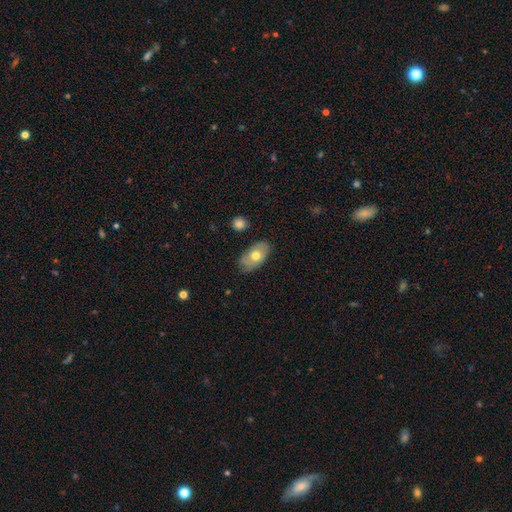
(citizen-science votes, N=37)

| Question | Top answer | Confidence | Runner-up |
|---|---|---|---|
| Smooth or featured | smooth | 54% | featured or disk (41%) |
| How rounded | in between | 80% | round (15%) |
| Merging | none | 71% | minor disturbance (23%) |